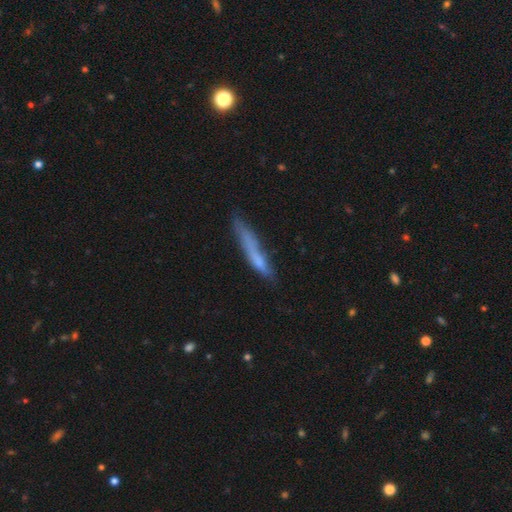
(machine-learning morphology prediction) Smooth or featured?
  - smooth: 64% *
  - featured or disk: 28%
  - star or artifact: 8%
How rounded?
  - cigar-shaped: 93% *
  - in between: 6%
  - round: 1%
Merging?
  - none: 60% *
  - minor disturbance: 26%
  - major disturbance: 9%
  - merger: 4%